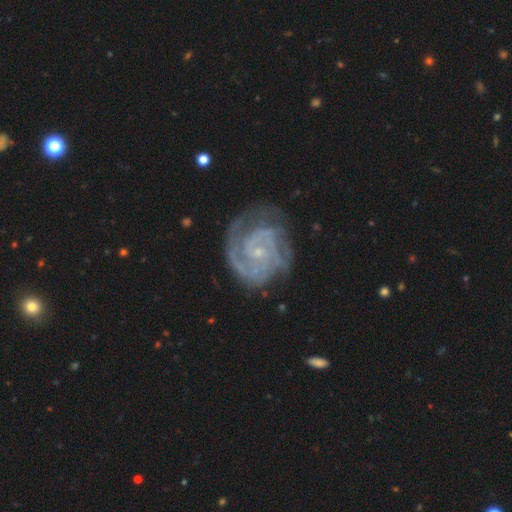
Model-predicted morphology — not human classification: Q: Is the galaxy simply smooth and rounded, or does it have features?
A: featured or disk — 89%.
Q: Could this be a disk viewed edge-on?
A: no — 98%.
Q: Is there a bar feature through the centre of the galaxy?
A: no — 65%.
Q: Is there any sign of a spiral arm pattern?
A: yes — 98%.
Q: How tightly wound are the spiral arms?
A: tight — 72%.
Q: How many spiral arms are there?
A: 2 — 48%.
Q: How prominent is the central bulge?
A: small — 81%.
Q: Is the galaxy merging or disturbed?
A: none — 71%.